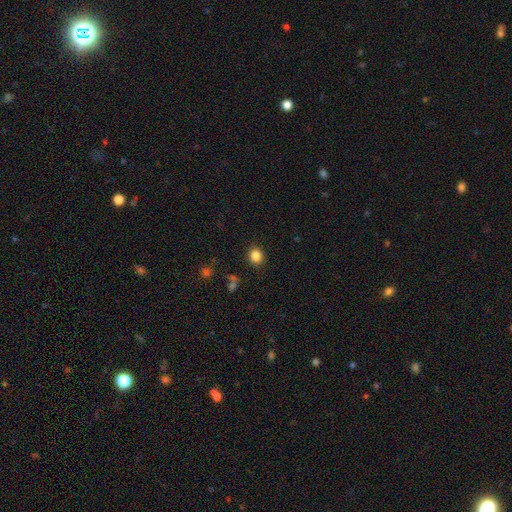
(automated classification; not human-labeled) Overall: smooth (84%). How rounded: round (73%). Merging: none (88%).